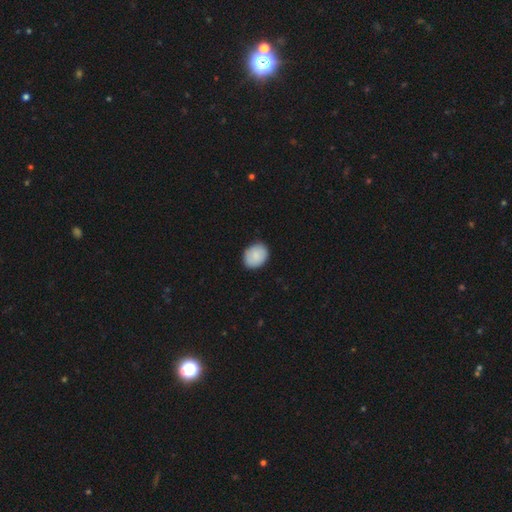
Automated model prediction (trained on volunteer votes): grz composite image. It shows a smooth galaxy with no disk features (87%) that is in between round and cigar-shaped (55%). Merging: none (87%).